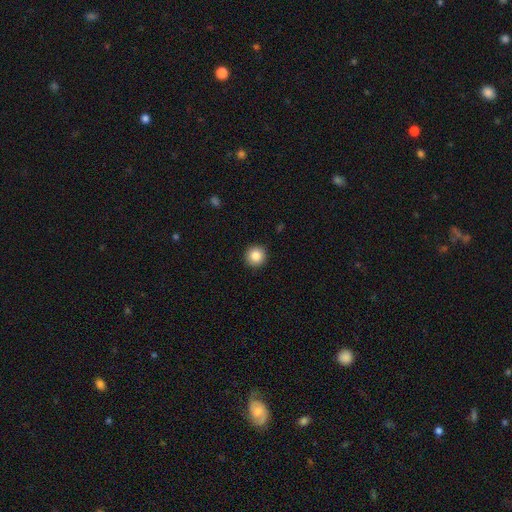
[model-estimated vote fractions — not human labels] A smooth galaxy with no disk features (86%) that is round (94%).

Vote fractions:
- Smooth or featured? smooth: 86% / star or artifact: 9% / featured or disk: 5%
- How rounded? round: 94% / in between: 5% / cigar-shaped: 1%
- Merging? none: 93% / minor disturbance: 5% / major disturbance: 2% / merger: 1%